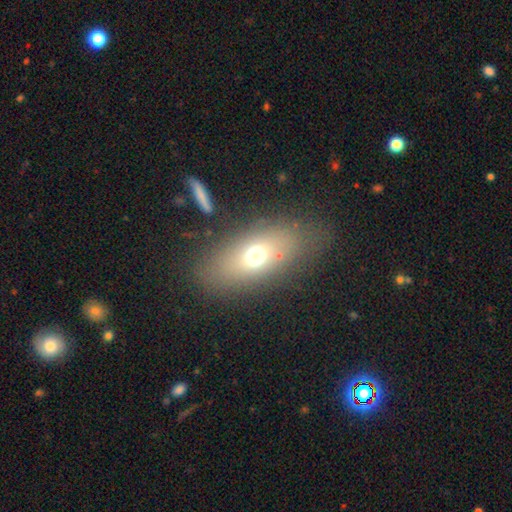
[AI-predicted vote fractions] smooth 64%, featured or disk 21%, star or artifact 15%. Down the decision tree: how rounded — in between (77%); merging — none (77%).